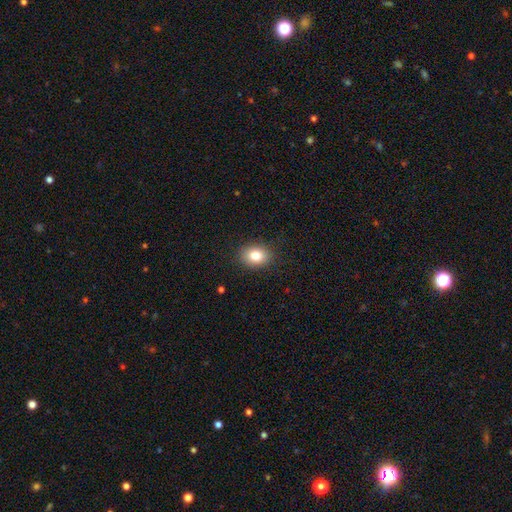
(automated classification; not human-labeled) Smooth or featured? smooth (82%)
How rounded? in between (61%)
Merging? none (88%)